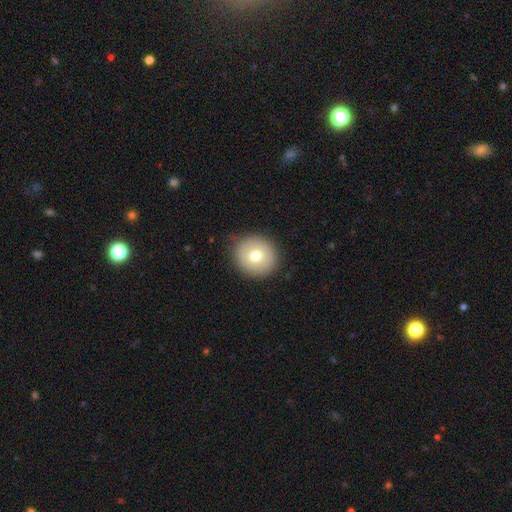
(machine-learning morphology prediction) smooth_or_featured: smooth (p=0.72) [alt: featured or disk p=0.18]
how_rounded: round (p=0.89) [alt: in between p=0.10]
merging: none (p=0.86) [alt: minor disturbance p=0.10]